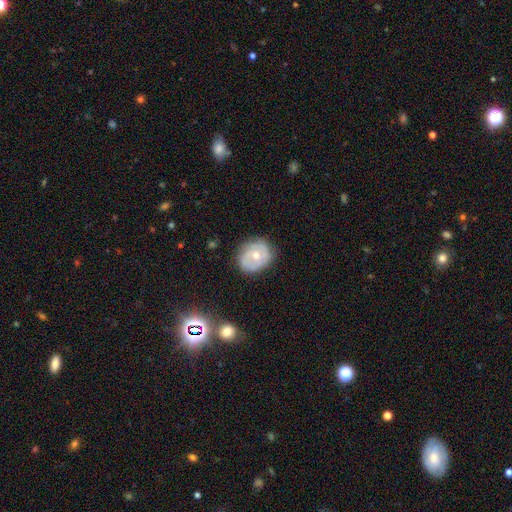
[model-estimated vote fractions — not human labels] smooth-or-featured: featured or disk: 56% | smooth: 37% | star or artifact: 7%
  disk-edge-on: no: 96% | yes: 4%
    bar: no: 79% | weak: 17% | strong: 4%
    has-spiral-arms: yes: 58% | no: 42%
    bulge-size: moderate: 67% | small: 29% | large: 2% | none: 1% | dominant: 1%
  merging: none: 73% | minor disturbance: 20% | major disturbance: 5% | merger: 2%